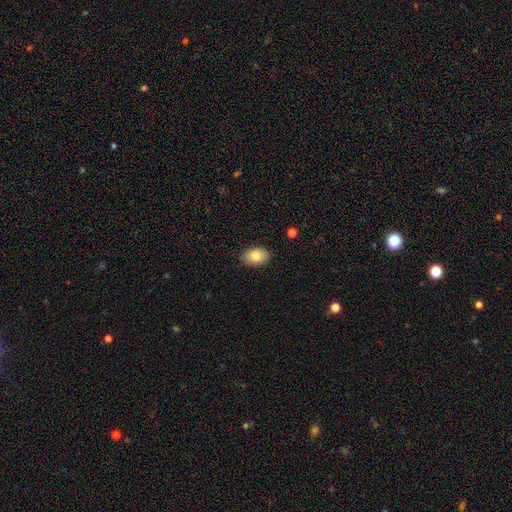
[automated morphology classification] This is clearly a smooth galaxy (83%). How rounded: clearly in between (87%). Merging: clearly none (86%).